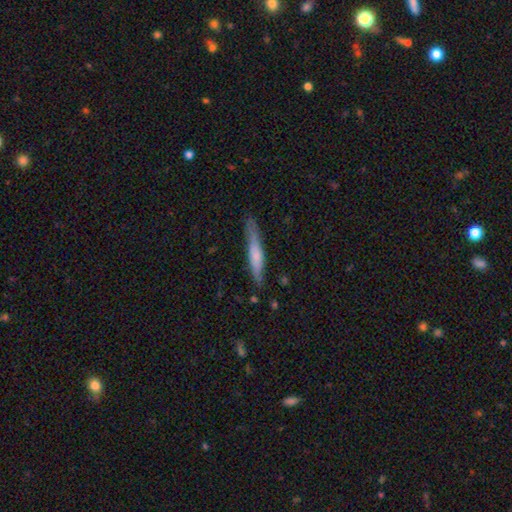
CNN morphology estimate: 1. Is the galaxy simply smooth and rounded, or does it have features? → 59% smooth, 36% featured or disk, 6% star or artifact.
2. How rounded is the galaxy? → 91% cigar-shaped, 7% in between, 1% round.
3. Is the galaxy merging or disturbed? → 77% none, 18% minor disturbance, 4% major disturbance, 2% merger.